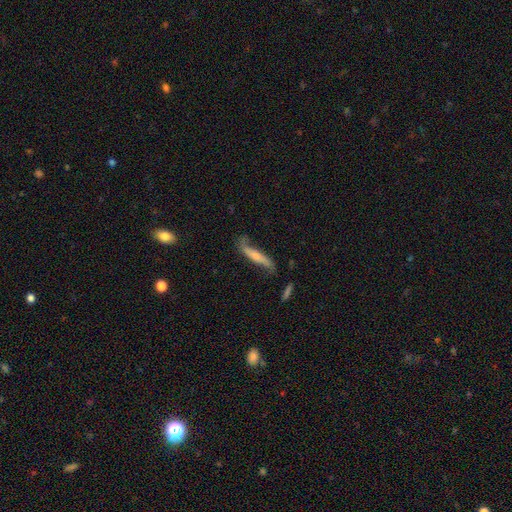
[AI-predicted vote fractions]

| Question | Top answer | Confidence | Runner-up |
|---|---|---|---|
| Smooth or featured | featured or disk | 59% | smooth (35%) |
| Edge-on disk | yes | 54% | no (46%) |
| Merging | none | 54% | minor disturbance (28%) |